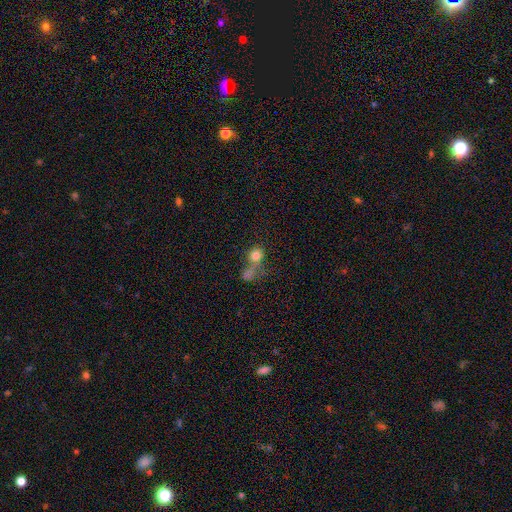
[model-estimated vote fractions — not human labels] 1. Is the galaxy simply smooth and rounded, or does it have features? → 76% smooth, 13% star or artifact, 11% featured or disk.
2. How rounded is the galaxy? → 80% round, 18% in between, 2% cigar-shaped.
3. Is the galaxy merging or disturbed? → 43% merger, 35% none, 11% major disturbance, 10% minor disturbance.